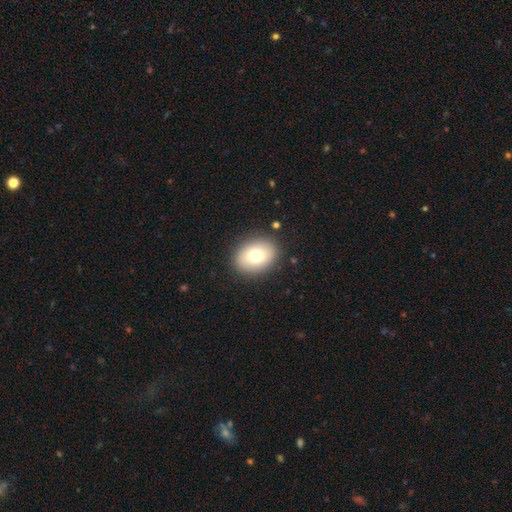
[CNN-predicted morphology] type=smooth (75%); roundness=in between (61%); merging=none (88%).